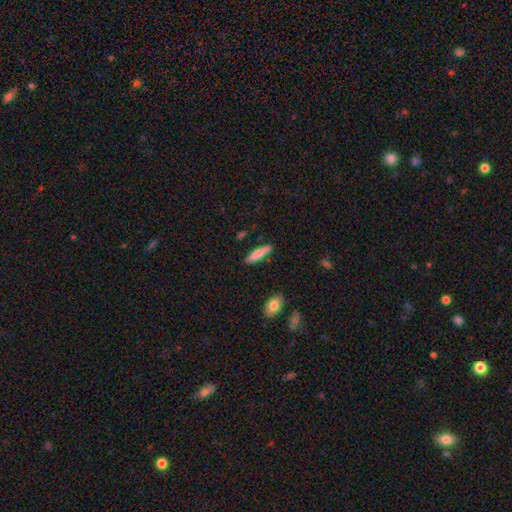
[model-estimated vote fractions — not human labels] Smooth or featured? smooth (78%)
How rounded? cigar-shaped (79%)
Merging? none (87%)